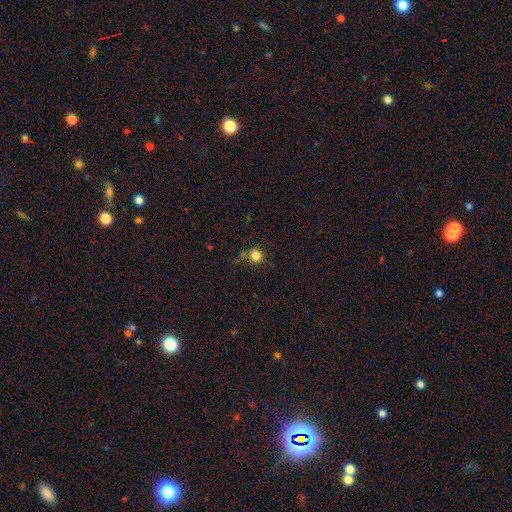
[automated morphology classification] This appears to be a smooth galaxy with no disk features (82%) that is round (92%). Merging: none (70%).